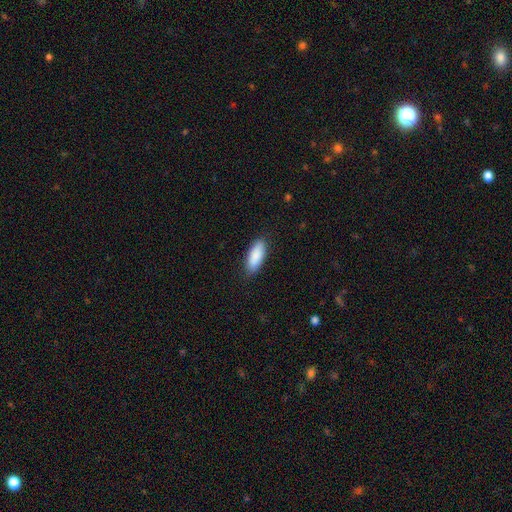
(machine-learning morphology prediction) type=smooth (89%); roundness=in between (74%); merging=none (87%).